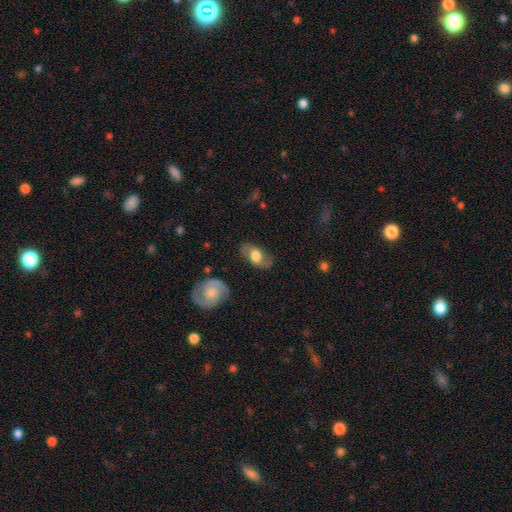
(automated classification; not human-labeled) featured or disk 49%, smooth 45%, star or artifact 7%. Down the decision tree: merging — none (75%).